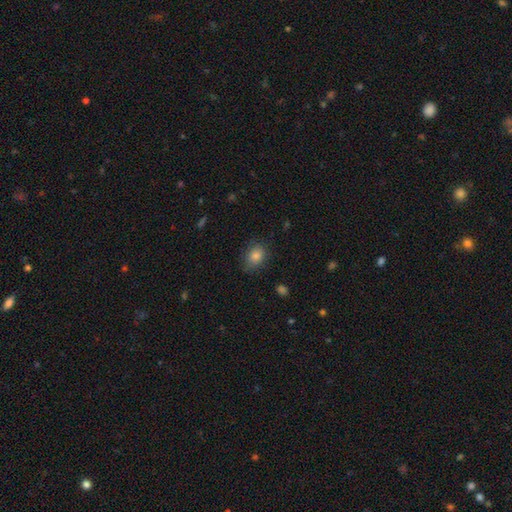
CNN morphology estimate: Smooth or featured? Predicted: smooth (p=0.82). How rounded? Predicted: in between (p=0.51). Merging? Predicted: none (p=0.79).